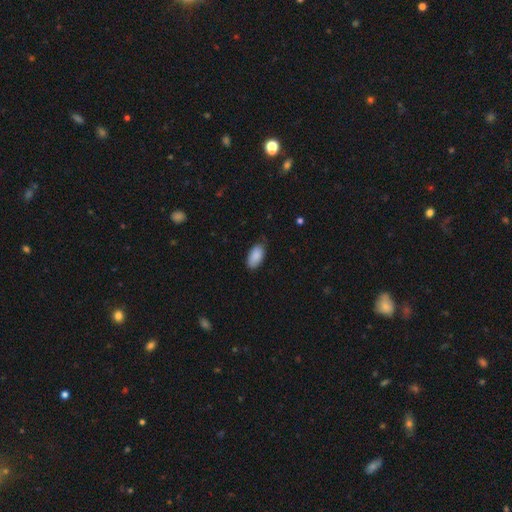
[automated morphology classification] smooth 89%, star or artifact 6%, featured or disk 5%. Down the decision tree: how rounded — in between (94%); merging — none (72%).